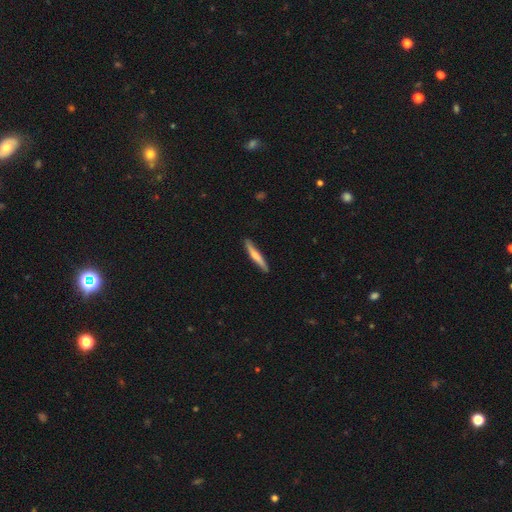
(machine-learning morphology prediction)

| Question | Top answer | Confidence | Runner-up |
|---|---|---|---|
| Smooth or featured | smooth | 58% | featured or disk (37%) |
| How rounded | cigar-shaped | 95% | in between (4%) |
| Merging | none | 85% | minor disturbance (11%) |